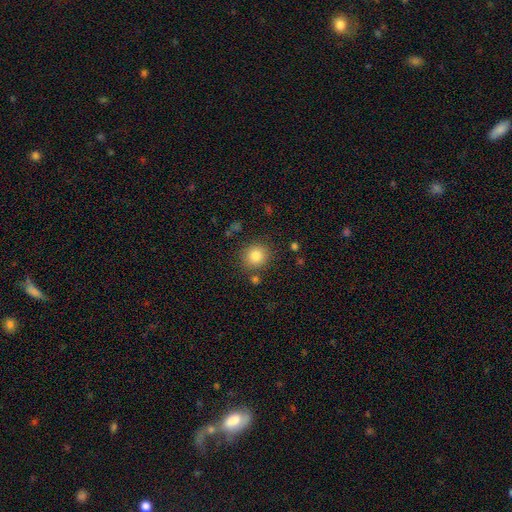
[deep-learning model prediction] This is clearly a smooth galaxy (83%). How rounded: clearly round (87%). Merging: clearly none (84%).